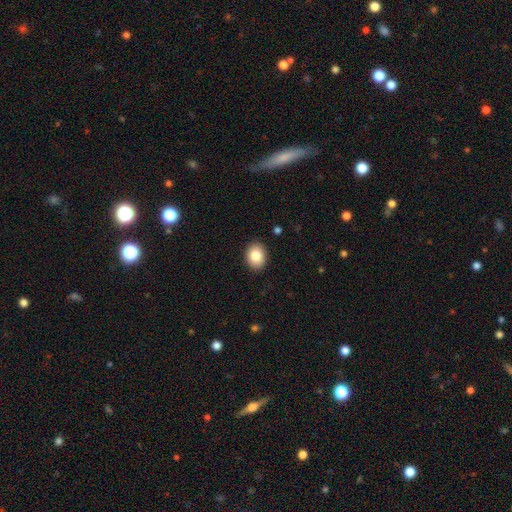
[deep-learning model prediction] Morphology: type=smooth (84%); roundness=in between (61%); merging=none (90%).